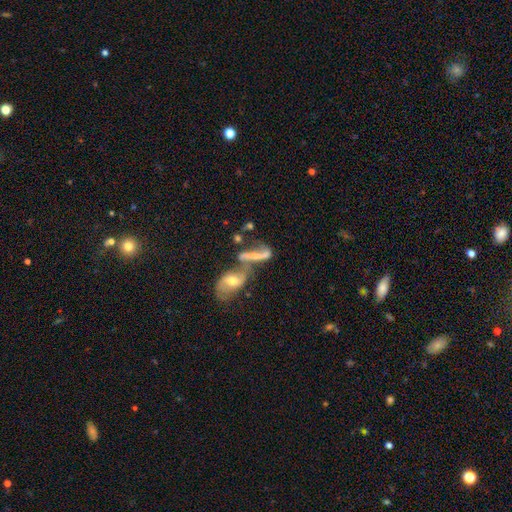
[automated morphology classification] Overall: featured or disk (58%; smooth 32%). Edge-on disk: no (83%). Merging: merger (62%).